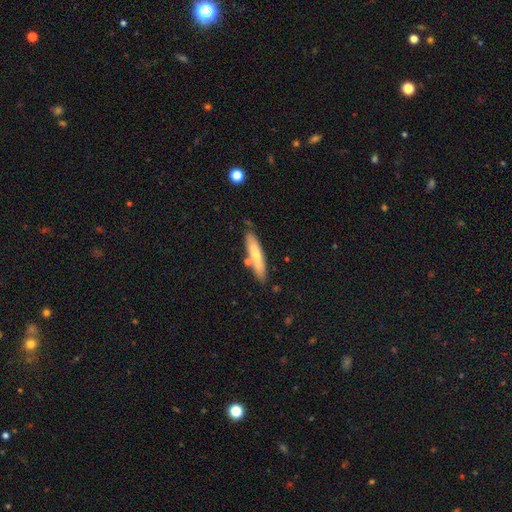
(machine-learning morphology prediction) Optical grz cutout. It shows a smooth galaxy with no disk features (60%) that is cigar-shaped (80%). Merging: none (75%).